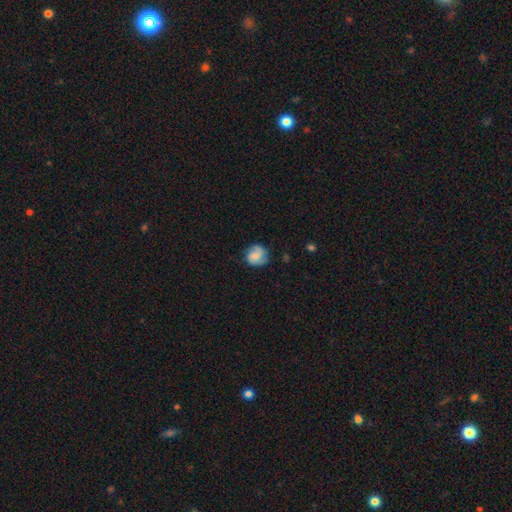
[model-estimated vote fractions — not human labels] Morphology: type=featured or disk (48%); merging=none (70%).